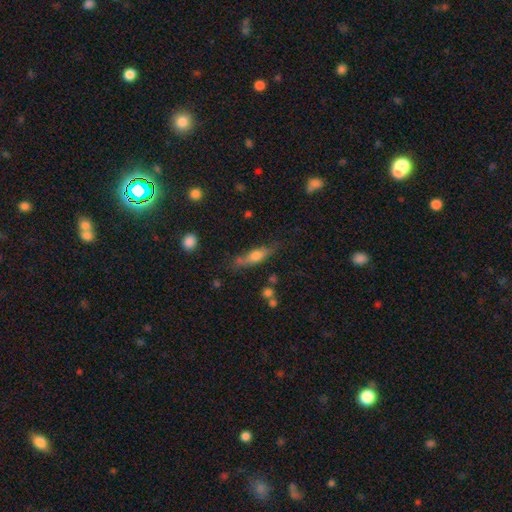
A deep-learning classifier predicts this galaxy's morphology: Overall: smooth (53%; featured or disk 39%). How rounded: cigar-shaped (59%; in between 37%). Merging: none (67%).